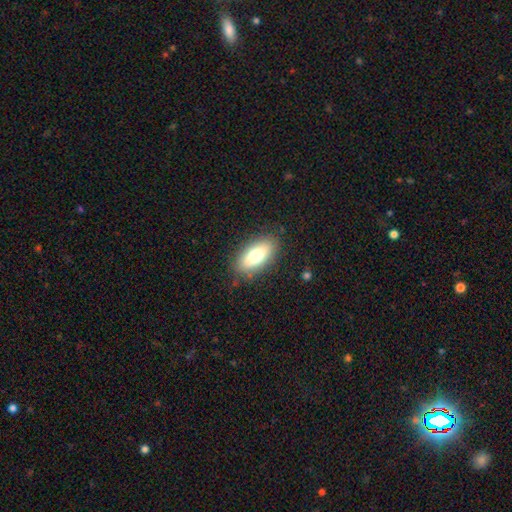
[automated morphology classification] type=smooth (73%); roundness=in between (86%); merging=none (84%).